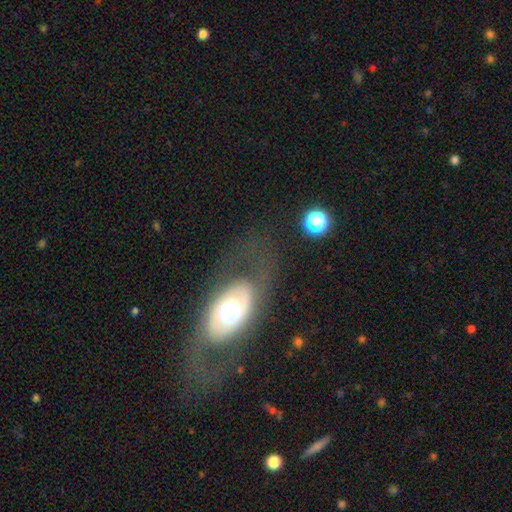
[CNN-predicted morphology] Smooth or featured?
  - featured or disk: 73% *
  - smooth: 20%
  - star or artifact: 7%
Edge-on disk?
  - no: 91% *
  - yes: 9%
Bar?
  - no: 63% *
  - weak: 23%
  - strong: 13%
Spiral arms?
  - yes: 66% *
  - no: 34%
Bulge size?
  - moderate: 51% *
  - large: 33%
  - small: 8%
  - dominant: 6%
  - none: 1%
Merging?
  - none: 75% *
  - minor disturbance: 12%
  - major disturbance: 11%
  - merger: 2%